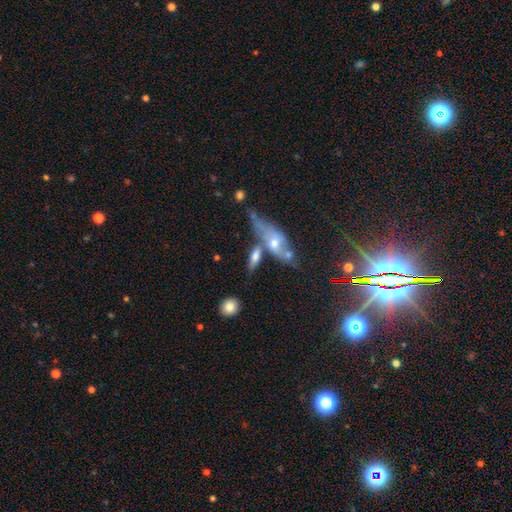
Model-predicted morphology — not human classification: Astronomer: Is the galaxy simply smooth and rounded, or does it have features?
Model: smooth — 49% (runner-up: featured or disk, 41%).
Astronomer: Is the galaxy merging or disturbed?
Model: none — 37% (runner-up: merger, 36%).